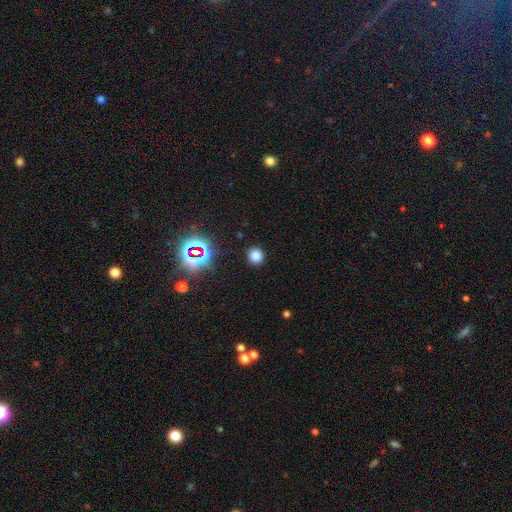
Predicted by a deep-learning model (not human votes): Morphology: type=smooth (75%); roundness=round (78%); merging=none (88%).